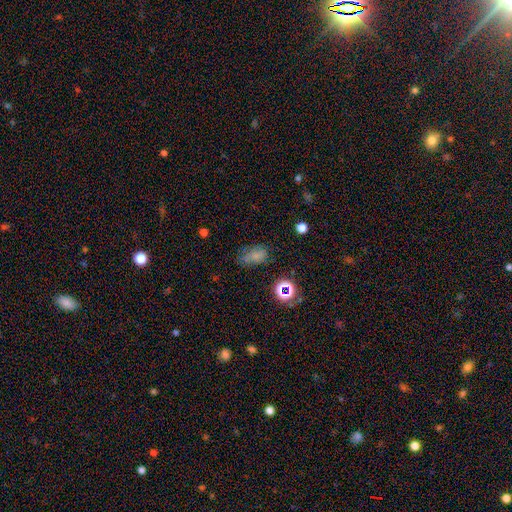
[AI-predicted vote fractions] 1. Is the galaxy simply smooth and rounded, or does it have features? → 66% smooth, 20% star or artifact, 14% featured or disk.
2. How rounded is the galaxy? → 83% in between, 15% round, 2% cigar-shaped.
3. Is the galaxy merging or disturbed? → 56% none, 28% minor disturbance, 12% major disturbance, 3% merger.